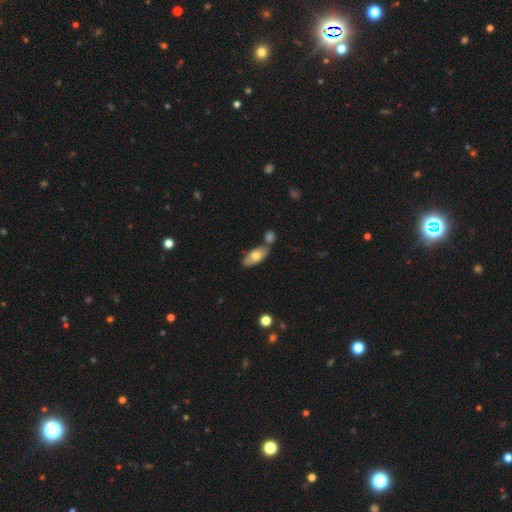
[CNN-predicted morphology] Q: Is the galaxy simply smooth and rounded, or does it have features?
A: smooth — 66%.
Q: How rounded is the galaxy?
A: in between — 86%.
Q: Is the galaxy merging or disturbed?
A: none — 60%.